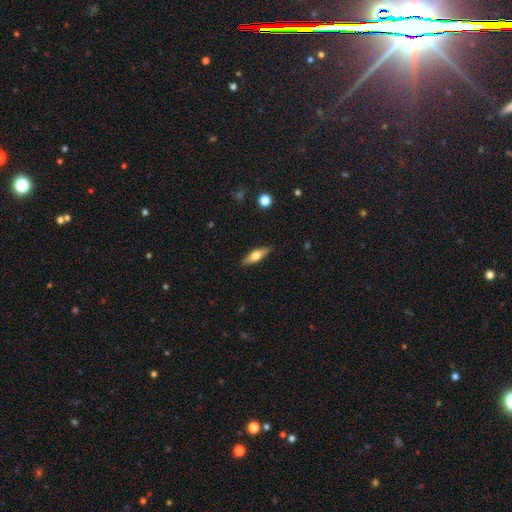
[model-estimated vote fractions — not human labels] smooth 49%, featured or disk 44%, star or artifact 6%. Down the decision tree: merging — none (88%).